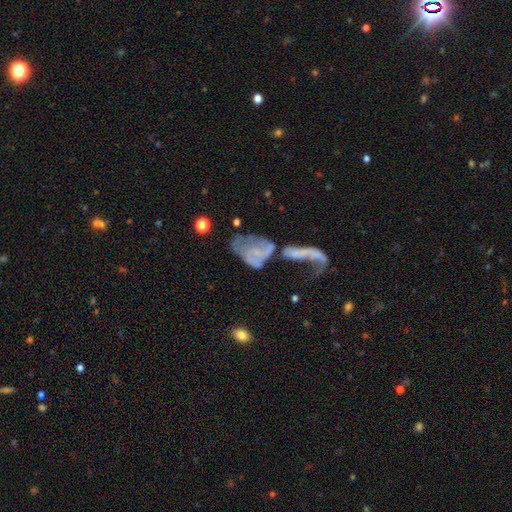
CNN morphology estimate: The model was most divided on "merging": major disturbance: 39%, merger: 38%, none: 12%, minor disturbance: 10%. More confident: edge-on disk — no (96%); bar — no (77%); bulge size — none (71%); spiral arms — no (56%); smooth or featured — featured or disk (56%).